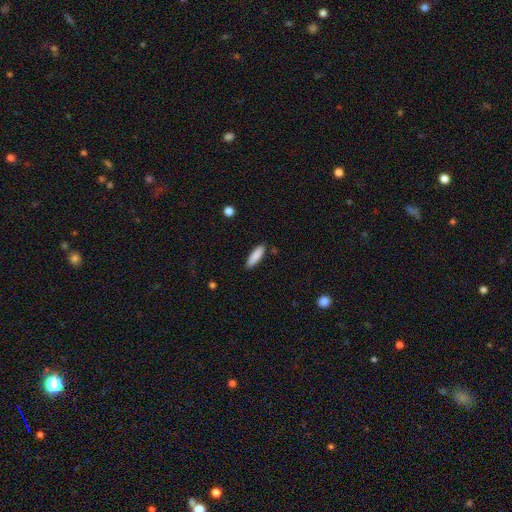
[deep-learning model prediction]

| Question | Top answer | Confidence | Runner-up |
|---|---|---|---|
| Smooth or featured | smooth | 88% | featured or disk (6%) |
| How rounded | cigar-shaped | 63% | in between (36%) |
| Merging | none | 87% | minor disturbance (9%) |